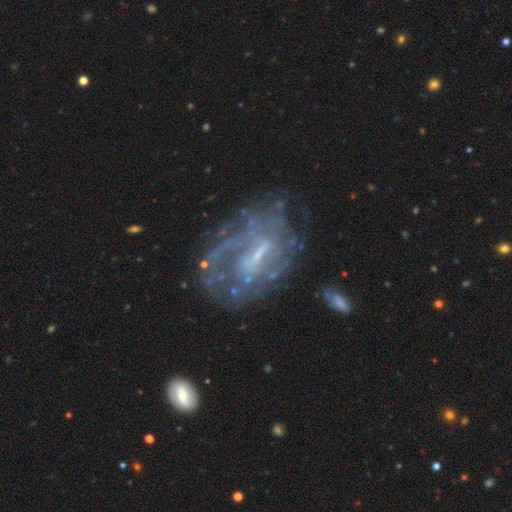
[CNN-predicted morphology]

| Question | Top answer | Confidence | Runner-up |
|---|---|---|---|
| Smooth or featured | featured or disk | 78% | smooth (12%) |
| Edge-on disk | no | 96% | yes (4%) |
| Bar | weak | 49% | no (29%) |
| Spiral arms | yes | 62% | no (38%) |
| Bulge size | small | 52% | none (25%) |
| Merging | none | 53% | major disturbance (23%) |